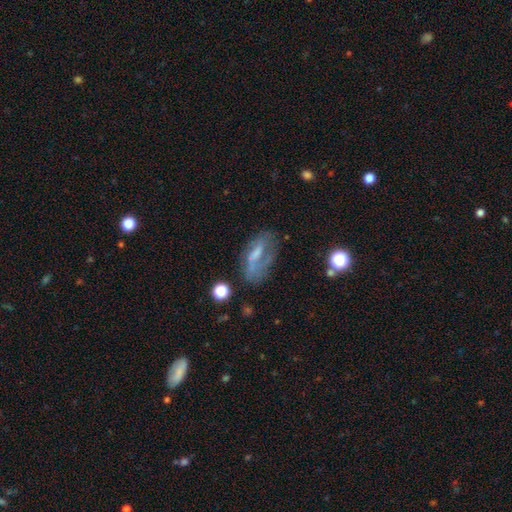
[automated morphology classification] Smooth or featured? Predicted: featured or disk (p=0.51). Edge-on disk? Predicted: no (p=0.89). Merging? Predicted: none (p=0.50).